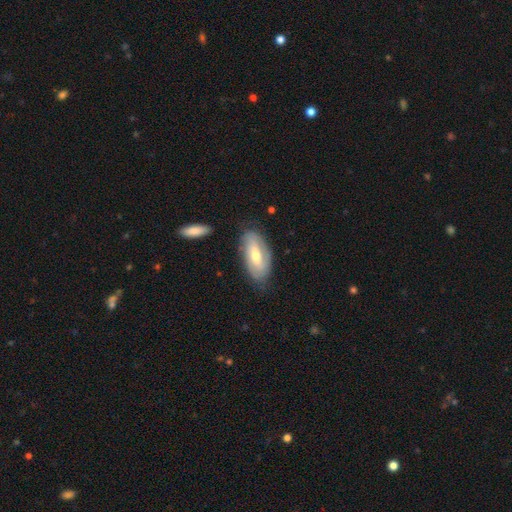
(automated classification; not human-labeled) featured or disk 51%, smooth 43%, star or artifact 6%. Down the decision tree: edge-on disk — no (85%); merging — none (75%).